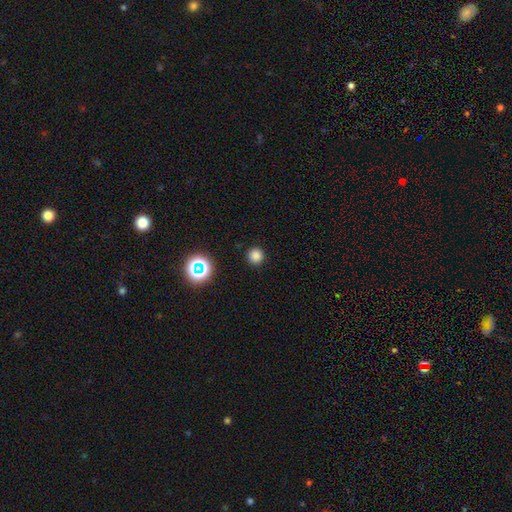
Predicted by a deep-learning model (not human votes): This appears to be a smooth galaxy with no disk features (79%) that is round (95%). Merging: none (91%).